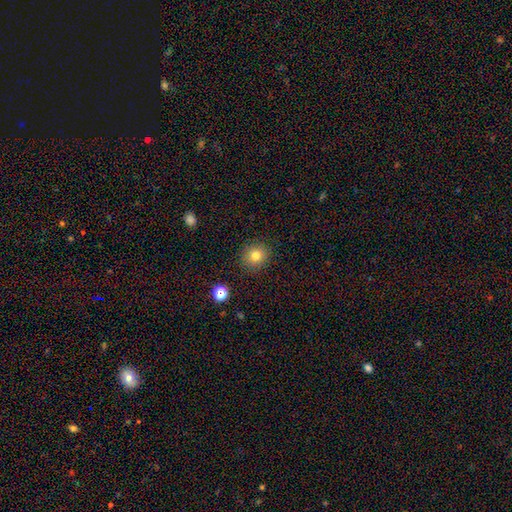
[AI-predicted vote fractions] Morphology: type=smooth (79%); roundness=round (86%); merging=none (90%).